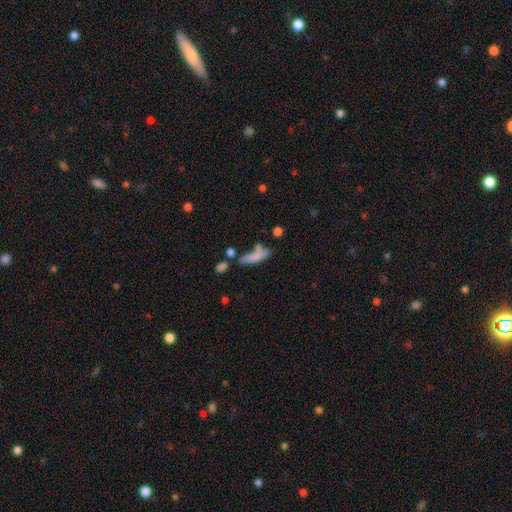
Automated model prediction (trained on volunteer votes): Smooth or featured?
  - smooth: 72% *
  - featured or disk: 19%
  - star or artifact: 9%
How rounded?
  - cigar-shaped: 61% *
  - in between: 36%
  - round: 3%
Merging?
  - none: 42% *
  - minor disturbance: 22%
  - merger: 22%
  - major disturbance: 14%